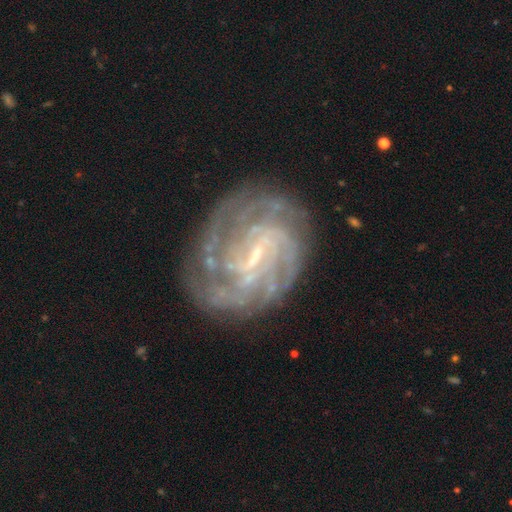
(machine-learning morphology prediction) Smooth or featured: featured or disk — 87% (star or artifact — 7%)
Edge-on disk: no — 97% (yes — 3%)
Bar: weak — 50% (strong — 35%)
Spiral arms: yes — 95% (no — 5%)
Spiral winding: tight — 69% (medium — 25%)
Spiral arm count: can't tell — 32% (4 — 22%)
Bulge size: small — 61% (none — 19%)
Merging: none — 76% (minor disturbance — 15%)